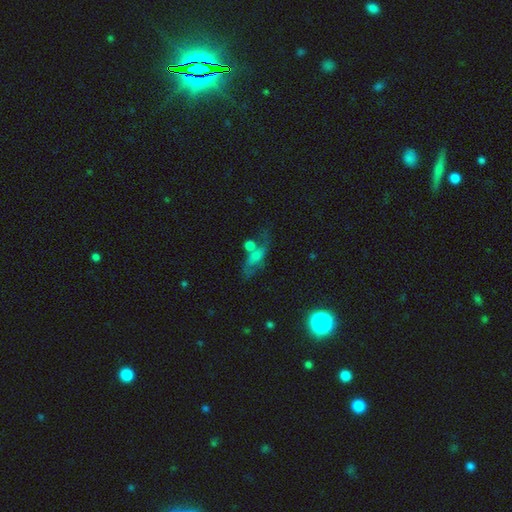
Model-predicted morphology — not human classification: Smooth or featured: featured or disk — 44% (smooth — 37%)
Merging: none — 41% (merger — 20%)